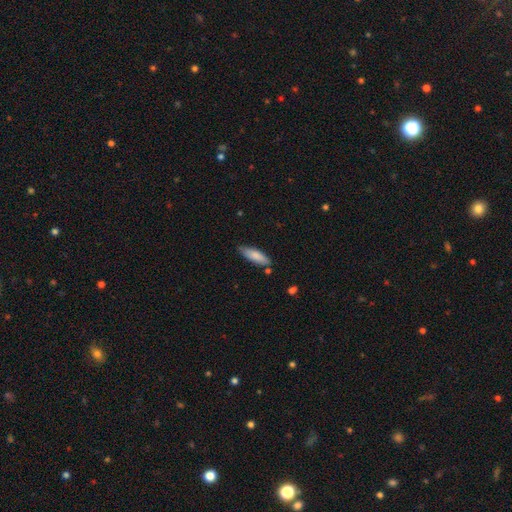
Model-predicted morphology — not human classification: Smooth or featured? Predicted: smooth (p=0.82). How rounded? Predicted: cigar-shaped (p=0.52). Merging? Predicted: none (p=0.77).